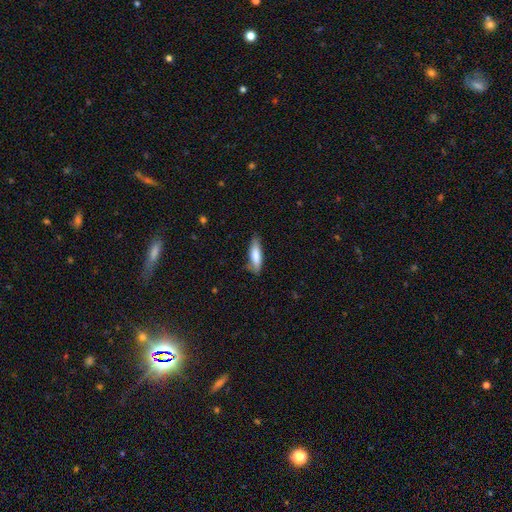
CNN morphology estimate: Smooth or featured?
  - smooth: 78% *
  - featured or disk: 16%
  - star or artifact: 6%
How rounded?
  - cigar-shaped: 55% *
  - in between: 43%
  - round: 2%
Merging?
  - none: 73% *
  - minor disturbance: 22%
  - major disturbance: 4%
  - merger: 2%